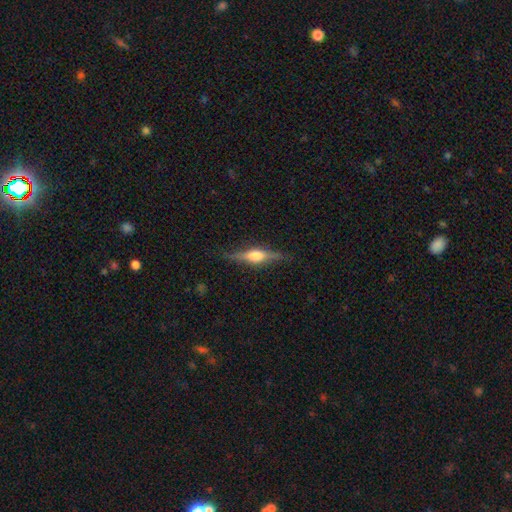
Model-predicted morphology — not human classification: featured or disk 68%, smooth 26%, star or artifact 6%. Down the decision tree: edge-on disk — yes (96%); edge-on bulge — rounded (89%); merging — none (84%).